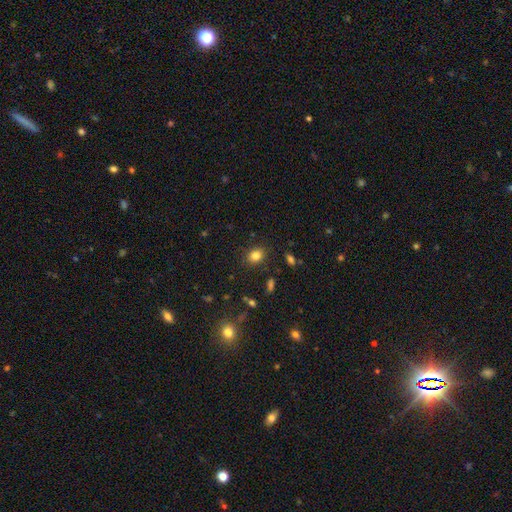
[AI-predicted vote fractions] smooth_or_featured: smooth (p=0.82) [alt: star or artifact p=0.12]
how_rounded: in between (p=0.51) [alt: round p=0.48]
merging: none (p=0.87) [alt: minor disturbance p=0.09]